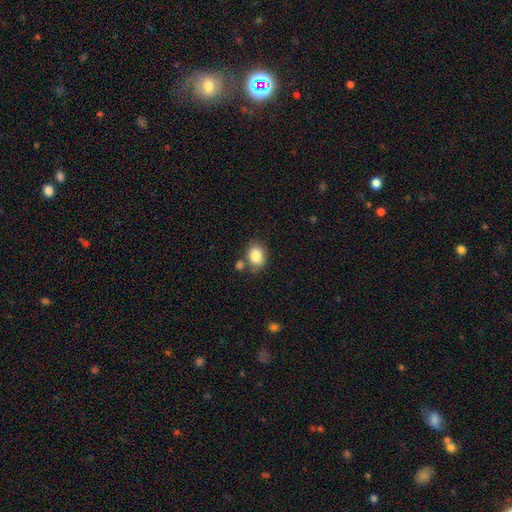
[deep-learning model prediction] smooth-or-featured: smooth: 86% | star or artifact: 8% | featured or disk: 6%
  how-rounded: in between: 61% | round: 38% | cigar-shaped: 1%
  merging: none: 71% | minor disturbance: 14% | merger: 12% | major disturbance: 4%